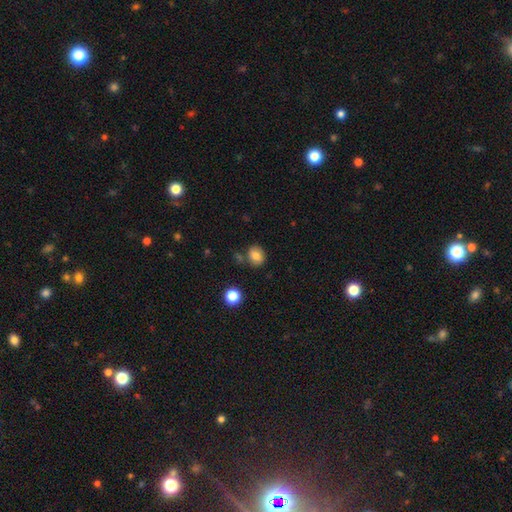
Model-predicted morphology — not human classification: Smooth or featured: smooth — 81% (star or artifact — 11%)
How rounded: round — 60% (in between — 39%)
Merging: none — 76% (minor disturbance — 13%)